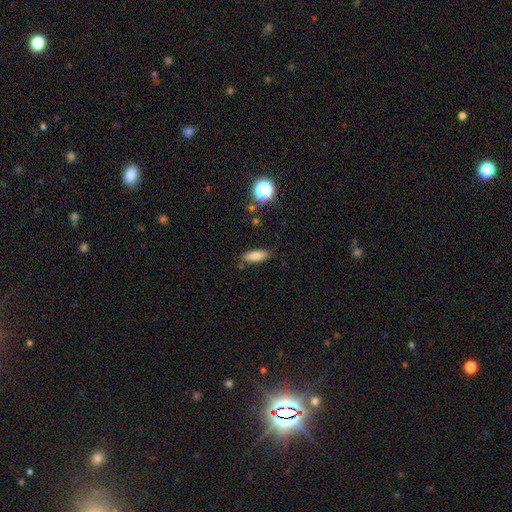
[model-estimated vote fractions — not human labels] Smooth or featured: smooth — 80% (featured or disk — 11%)
How rounded: in between — 63% (cigar-shaped — 34%)
Merging: none — 80% (minor disturbance — 14%)